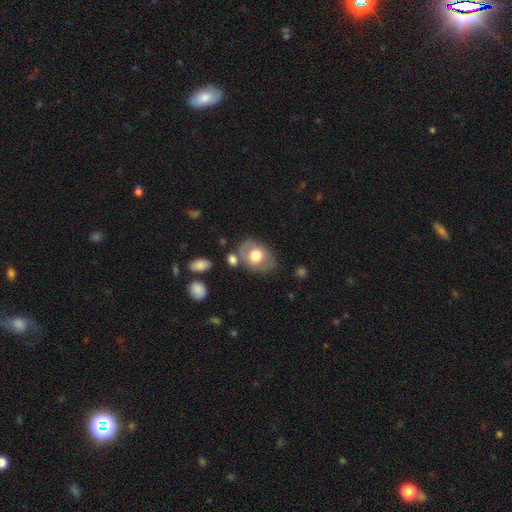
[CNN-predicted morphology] A smooth galaxy with no disk features (61%) that is in between round and cigar-shaped (67%).

Vote fractions:
- Smooth or featured? smooth: 61% / featured or disk: 32% / star or artifact: 7%
- How rounded? in between: 67% / round: 32% / cigar-shaped: 1%
- Merging? none: 67% / minor disturbance: 18% / merger: 7% / major disturbance: 7%